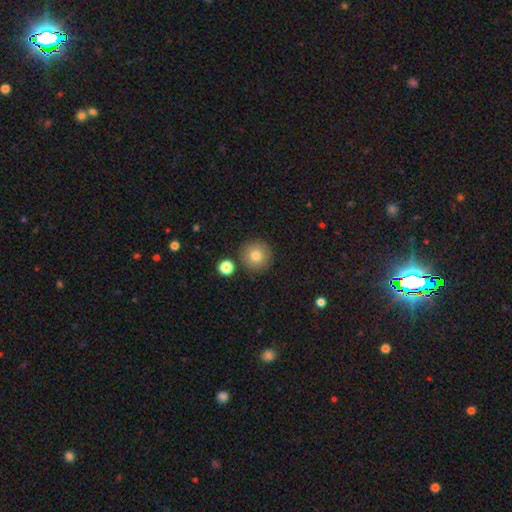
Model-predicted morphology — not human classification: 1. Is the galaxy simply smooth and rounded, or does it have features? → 80% smooth, 10% star or artifact, 9% featured or disk.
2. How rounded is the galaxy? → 95% round, 4% in between, 1% cigar-shaped.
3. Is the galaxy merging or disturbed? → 86% none, 7% minor disturbance, 5% merger, 2% major disturbance.